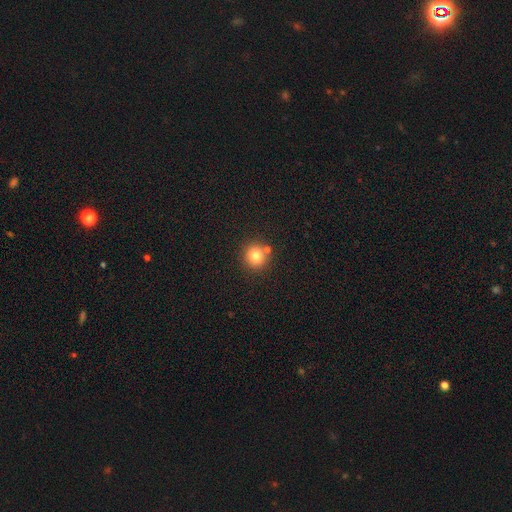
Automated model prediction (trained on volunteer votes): A smooth galaxy with no disk features (78%) that is round (92%).

Vote fractions:
- Smooth or featured? smooth: 78% / star or artifact: 13% / featured or disk: 9%
- How rounded? round: 92% / in between: 7% / cigar-shaped: 1%
- Merging? none: 77% / merger: 12% / minor disturbance: 8% / major disturbance: 2%